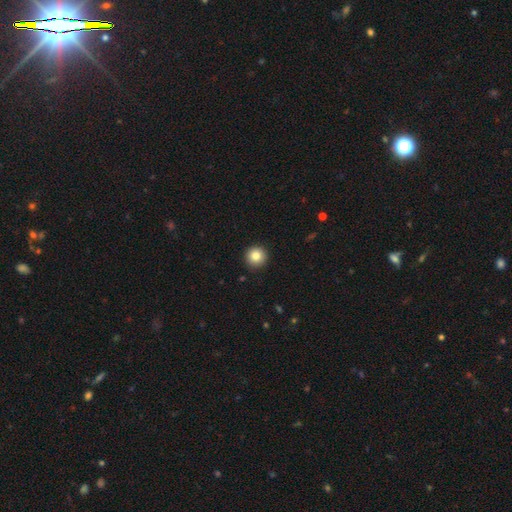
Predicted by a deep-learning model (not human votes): smooth_or_featured: smooth (p=0.83) [alt: star or artifact p=0.10]
how_rounded: round (p=0.96) [alt: in between p=0.03]
merging: none (p=0.92) [alt: minor disturbance p=0.05]